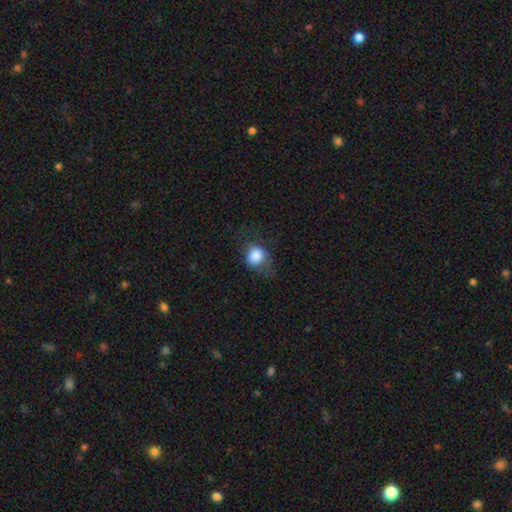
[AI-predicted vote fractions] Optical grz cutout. It shows a smooth galaxy with no disk features (81%) that is round (58%). Merging: none (49%).